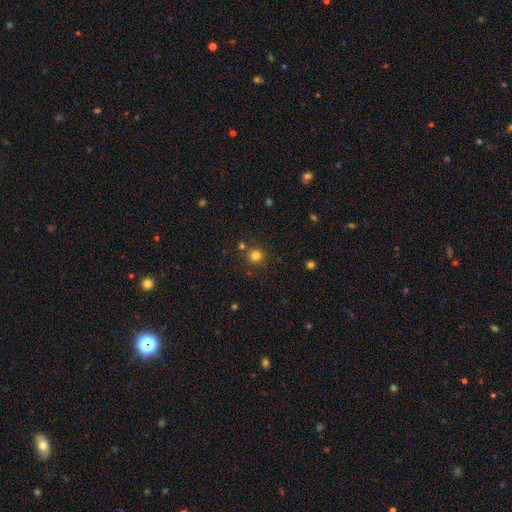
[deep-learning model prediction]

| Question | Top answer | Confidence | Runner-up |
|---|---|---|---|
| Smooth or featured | smooth | 79% | star or artifact (15%) |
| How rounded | round | 91% | in between (8%) |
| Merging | none | 81% | merger (8%) |